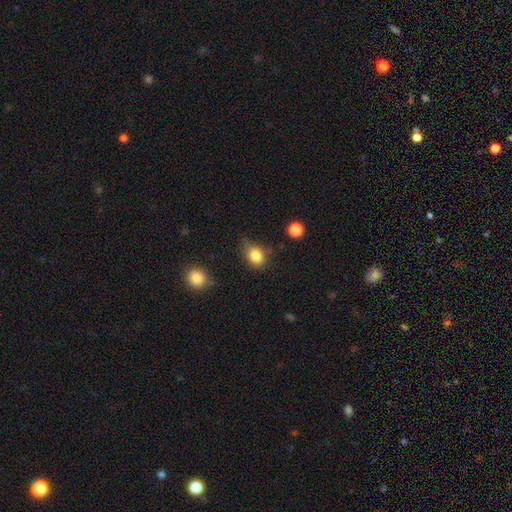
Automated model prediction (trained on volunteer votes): Overall: smooth (84%). How rounded: in between (54%; round 45%). Merging: none (61%; minor disturbance 29%).